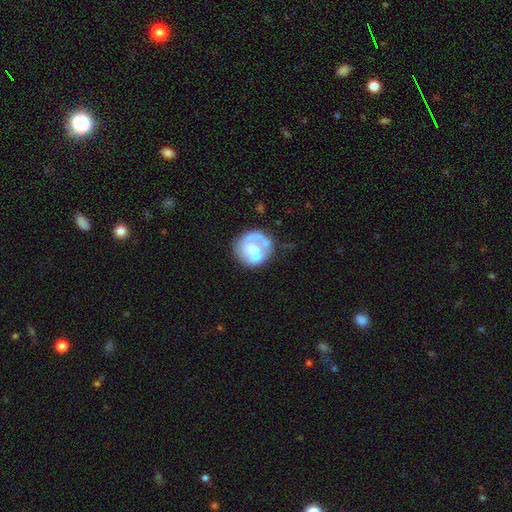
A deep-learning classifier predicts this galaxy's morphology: smooth_or_featured: featured or disk (p=0.52) [alt: smooth p=0.41]
disk_edge_on: no (p=0.98) [alt: yes p=0.02]
bar: no (p=0.86) [alt: weak p=0.10]
has_spiral_arms: no (p=0.80) [alt: yes p=0.20]
bulge_size: moderate (p=0.38) [alt: none p=0.29]
merging: none (p=0.45) [alt: minor disturbance p=0.20]